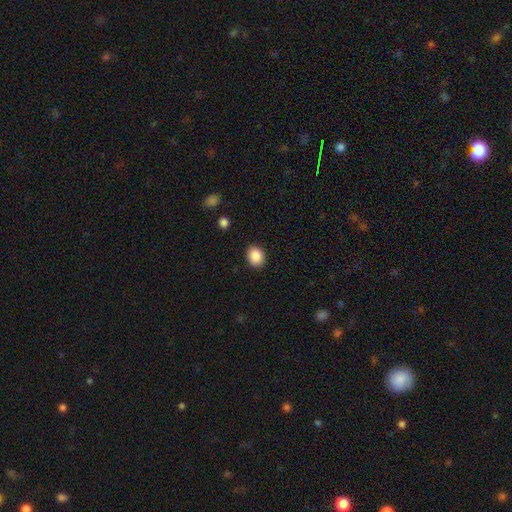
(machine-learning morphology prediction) smooth-or-featured: smooth: 88% | star or artifact: 8% | featured or disk: 4%
  how-rounded: round: 55% | in between: 44% | cigar-shaped: 1%
  merging: none: 89% | minor disturbance: 7% | major disturbance: 2% | merger: 1%